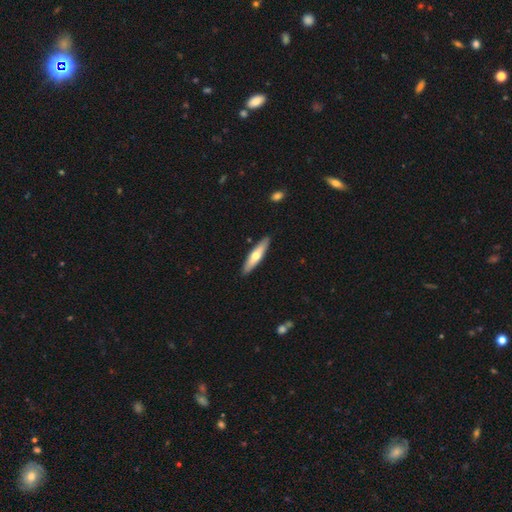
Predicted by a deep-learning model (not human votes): Overall: smooth (54%; featured or disk 41%). How rounded: cigar-shaped (79%). Merging: none (91%).